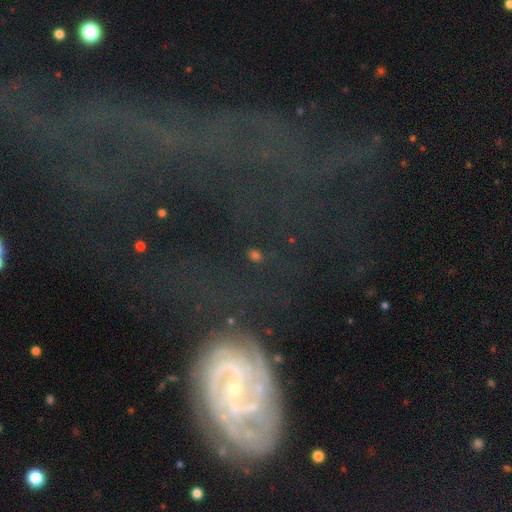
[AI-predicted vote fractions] A star or artifact, not a galaxy (46%).

Vote fractions:
- Smooth or featured? star or artifact: 46% / smooth: 31% / featured or disk: 23%